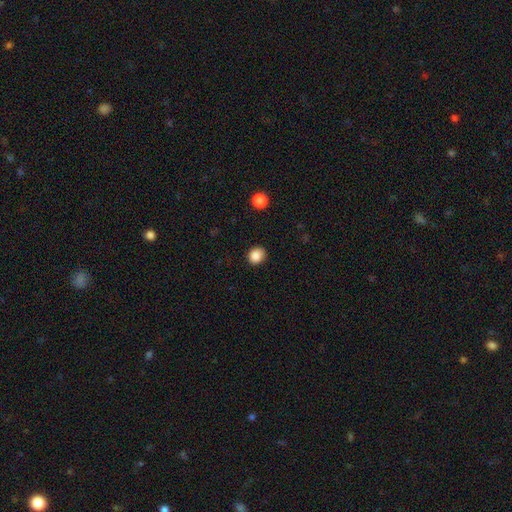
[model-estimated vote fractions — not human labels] Smooth or featured?
  - smooth: 87% *
  - star or artifact: 10%
  - featured or disk: 3%
How rounded?
  - round: 72% *
  - in between: 27%
  - cigar-shaped: 1%
Merging?
  - none: 86% *
  - minor disturbance: 10%
  - major disturbance: 3%
  - merger: 1%